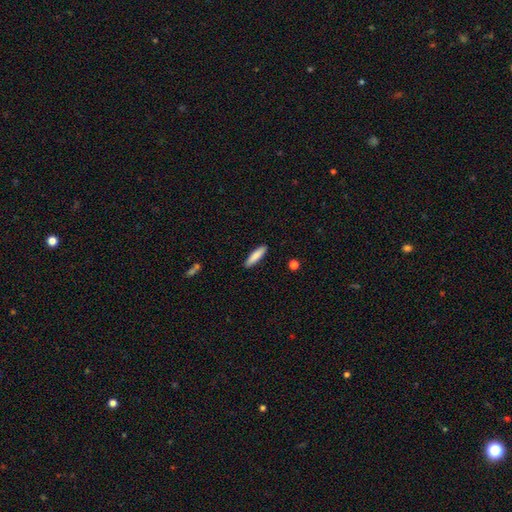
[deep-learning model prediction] smooth_or_featured: smooth (p=0.84) [alt: featured or disk p=0.10]
how_rounded: cigar-shaped (p=0.77) [alt: in between p=0.22]
merging: none (p=0.90) [alt: minor disturbance p=0.07]